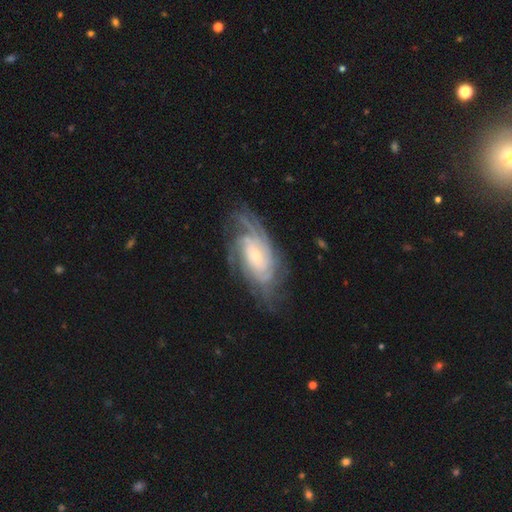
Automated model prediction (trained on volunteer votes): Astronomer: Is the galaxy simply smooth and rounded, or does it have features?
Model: featured or disk — 87%.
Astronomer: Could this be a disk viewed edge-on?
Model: no — 94%.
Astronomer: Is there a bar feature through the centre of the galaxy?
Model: no — 65%.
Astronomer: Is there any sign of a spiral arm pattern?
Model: yes — 97%.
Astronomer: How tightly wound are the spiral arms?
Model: tight — 66%.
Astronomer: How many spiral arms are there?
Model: can't tell — 29% (runner-up: 4, 25%).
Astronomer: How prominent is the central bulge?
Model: small — 66%.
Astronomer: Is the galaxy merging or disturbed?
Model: none — 72%.